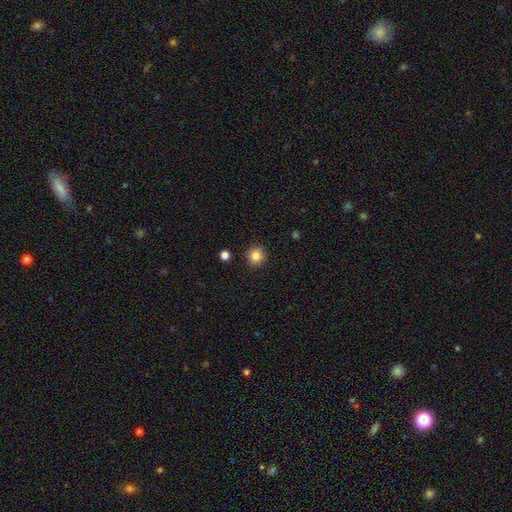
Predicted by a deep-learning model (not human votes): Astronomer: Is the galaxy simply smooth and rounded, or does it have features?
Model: smooth — 84%.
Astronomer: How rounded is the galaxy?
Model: round — 92%.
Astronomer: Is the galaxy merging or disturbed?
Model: none — 91%.